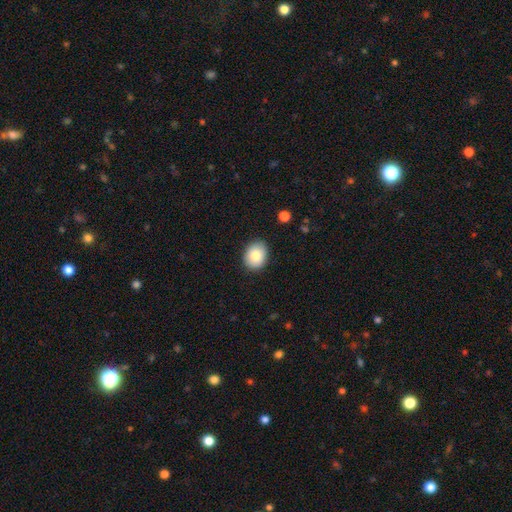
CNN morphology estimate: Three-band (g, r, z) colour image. It shows a smooth galaxy with no disk features (83%) that is in between round and cigar-shaped (54%). Merging: none (86%).